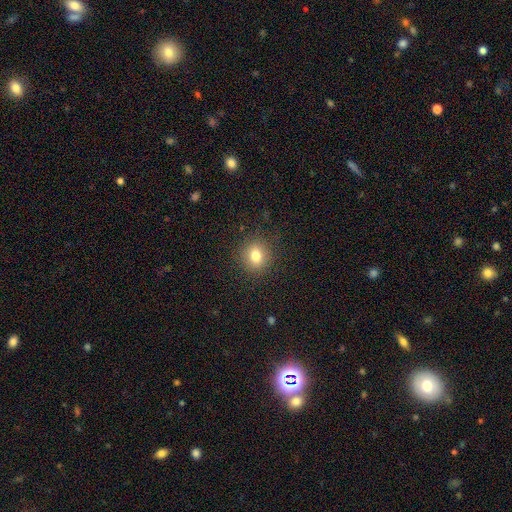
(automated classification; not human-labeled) Overall: smooth (81%). How rounded: round (79%). Merging: none (88%).